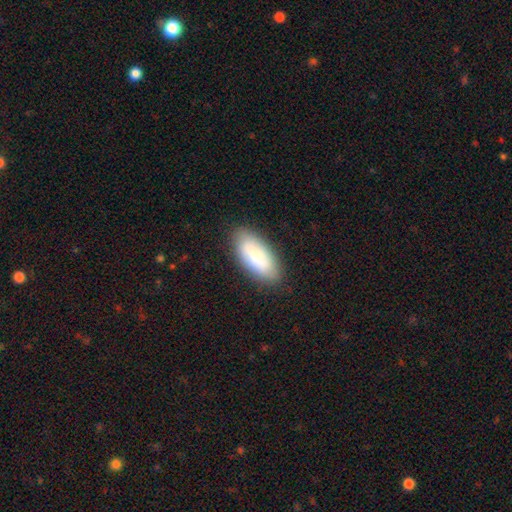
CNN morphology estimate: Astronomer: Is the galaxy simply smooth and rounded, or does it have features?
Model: smooth — 77%.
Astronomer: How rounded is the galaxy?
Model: in between — 86%.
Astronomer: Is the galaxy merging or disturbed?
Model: none — 84%.